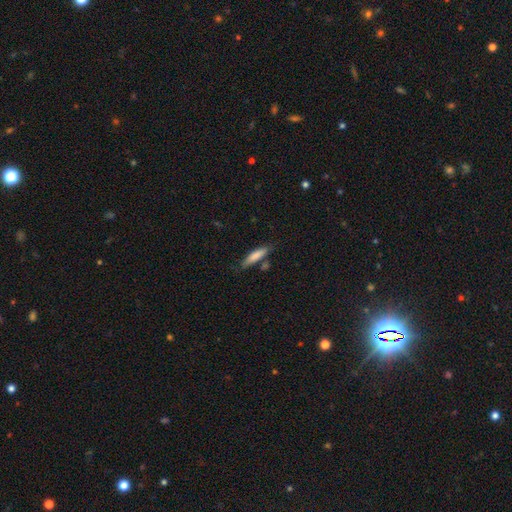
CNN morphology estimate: Smooth or featured?
  - smooth: 79% *
  - featured or disk: 15%
  - star or artifact: 6%
How rounded?
  - cigar-shaped: 76% *
  - in between: 22%
  - round: 1%
Merging?
  - none: 73% *
  - minor disturbance: 16%
  - merger: 8%
  - major disturbance: 3%